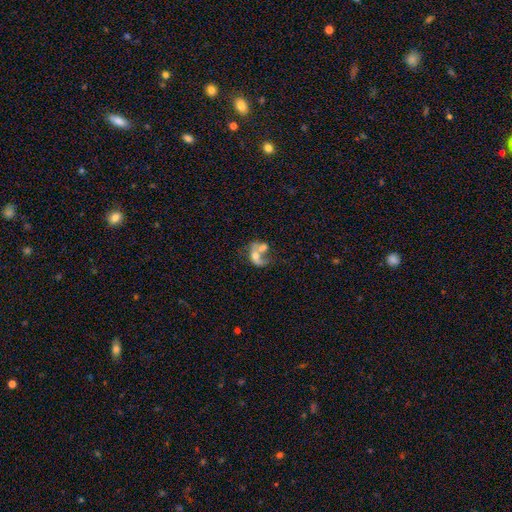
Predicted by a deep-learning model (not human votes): Smooth or featured: featured or disk — 49% (smooth — 41%)
Merging: merger — 61% (major disturbance — 17%)